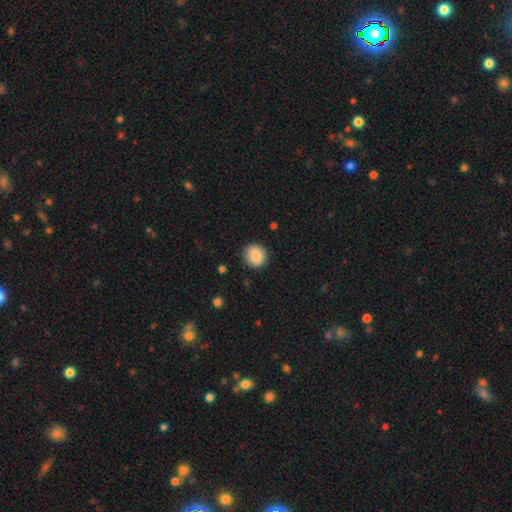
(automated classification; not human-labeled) smooth_or_featured: smooth (p=0.88) [alt: star or artifact p=0.07]
how_rounded: round (p=0.85) [alt: in between p=0.14]
merging: none (p=0.89) [alt: minor disturbance p=0.08]